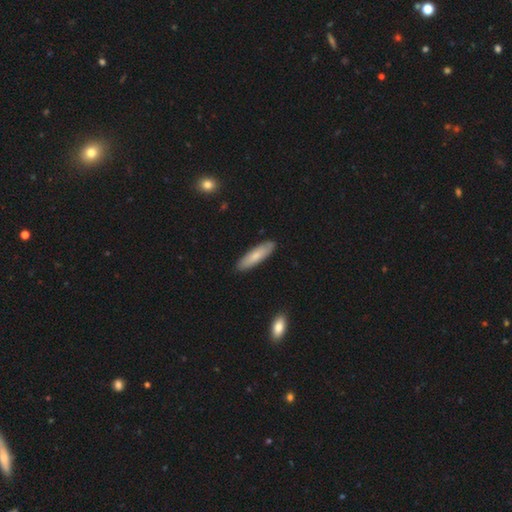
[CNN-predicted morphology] Smooth or featured? smooth (78%)
How rounded? cigar-shaped (64%)
Merging? none (88%)